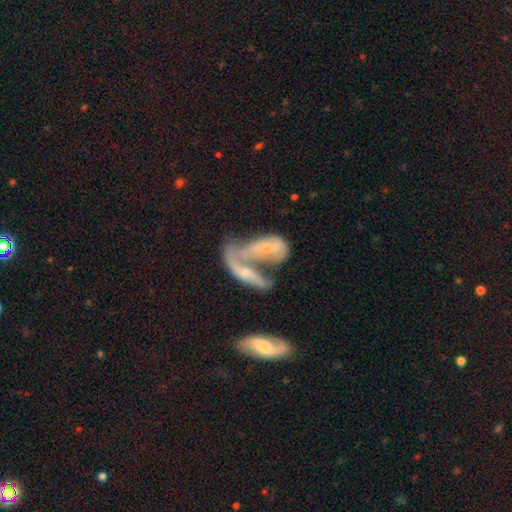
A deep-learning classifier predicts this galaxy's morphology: A featured or disk galaxy (59%) with no bar (63%), spiral arms (54%) and no central bulge (40%). Merging: merger (52%).